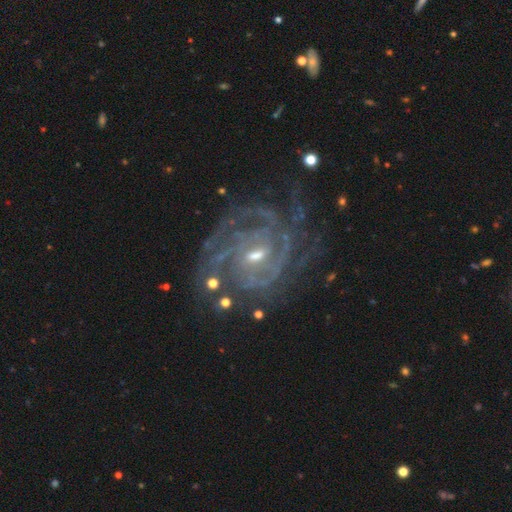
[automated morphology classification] smooth_or_featured: featured or disk (p=0.90) [alt: star or artifact p=0.06]
disk_edge_on: no (p=0.97) [alt: yes p=0.03]
bar: weak (p=0.46) [alt: no p=0.31]
has_spiral_arms: yes (p=0.98) [alt: no p=0.02]
spiral_winding: tight (p=0.73) [alt: medium p=0.23]
spiral_arm_count: 4 (p=0.22) [tied with: can't tell p=0.22]
bulge_size: small (p=0.59) [alt: moderate p=0.38]
merging: none (p=0.69) [alt: minor disturbance p=0.18]